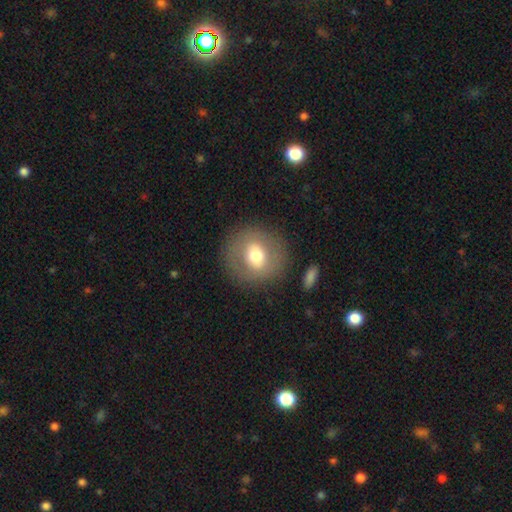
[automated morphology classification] A smooth galaxy with no disk features (60%) that is round (84%).

Vote fractions:
- Smooth or featured? smooth: 60% / featured or disk: 32% / star or artifact: 9%
- How rounded? round: 84% / in between: 15% / cigar-shaped: 1%
- Merging? none: 83% / minor disturbance: 9% / major disturbance: 5% / merger: 2%